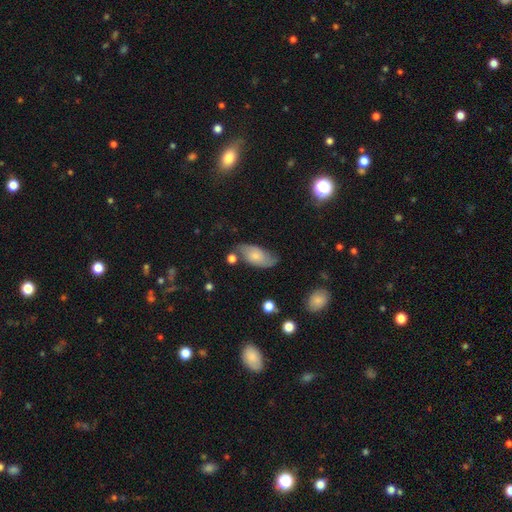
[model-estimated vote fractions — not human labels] Smooth or featured: smooth — 55% (featured or disk — 38%)
How rounded: in between — 90% (cigar-shaped — 6%)
Merging: none — 59% (minor disturbance — 26%)